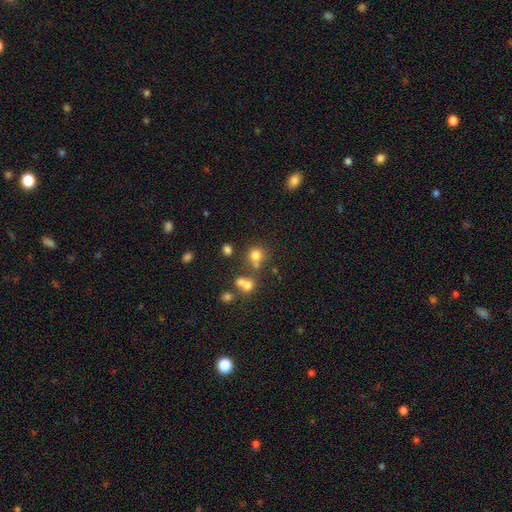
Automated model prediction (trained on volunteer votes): Smooth or featured? Predicted: smooth (p=0.74). How rounded? Predicted: round (p=0.87). Merging? Predicted: none (p=0.62).